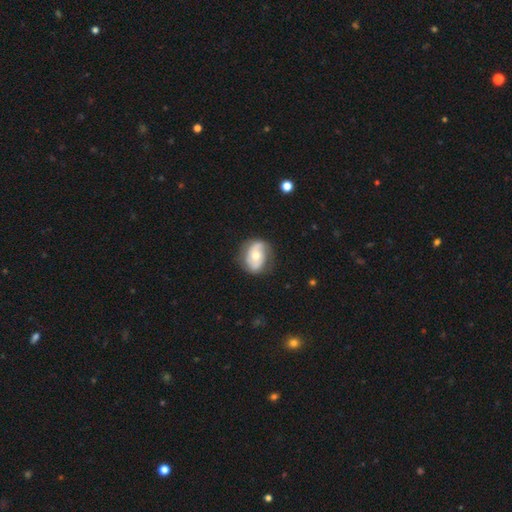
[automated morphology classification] The model was most divided on "smooth or featured": featured or disk: 61%, smooth: 33%, star or artifact: 6%. More confident: edge-on disk — no (96%); spiral arms — yes (78%); merging — none (73%); bulge size — moderate (67%); bar — no (63%).